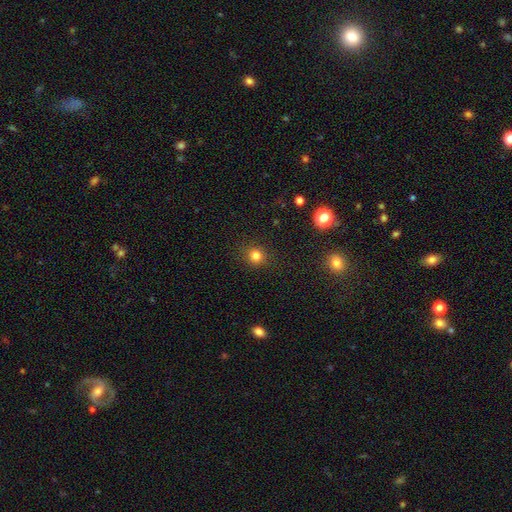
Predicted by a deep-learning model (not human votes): smooth-or-featured: smooth: 81% | star or artifact: 14% | featured or disk: 5%
  how-rounded: round: 90% | in between: 9% | cigar-shaped: 1%
  merging: none: 88% | minor disturbance: 8% | major disturbance: 3% | merger: 1%